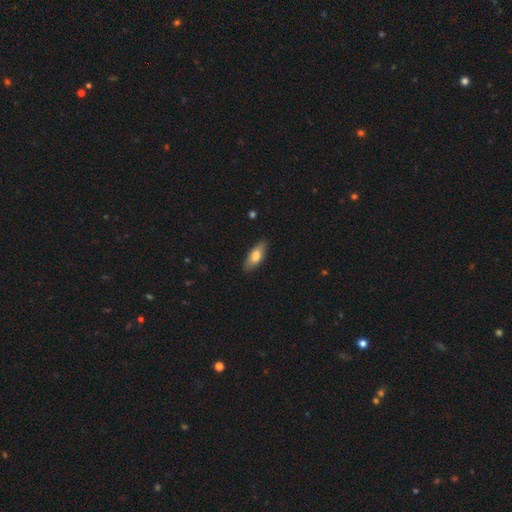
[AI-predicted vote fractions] Morphology: type=smooth (74%); roundness=in between (78%); merging=none (86%).